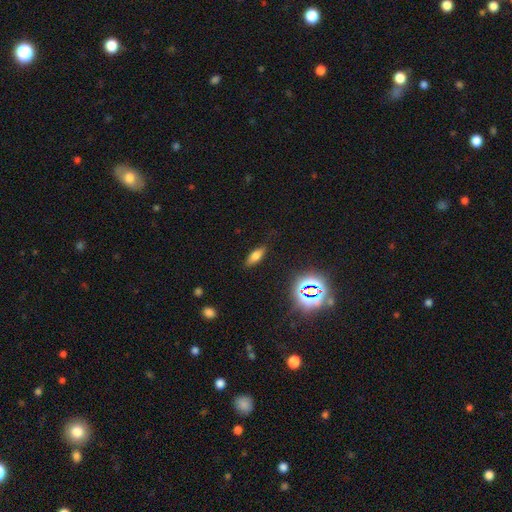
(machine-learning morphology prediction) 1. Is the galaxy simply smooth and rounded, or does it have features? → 65% smooth, 18% featured or disk, 18% star or artifact.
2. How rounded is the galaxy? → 69% in between, 27% cigar-shaped, 4% round.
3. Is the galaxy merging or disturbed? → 85% none, 11% minor disturbance, 3% major disturbance, 1% merger.